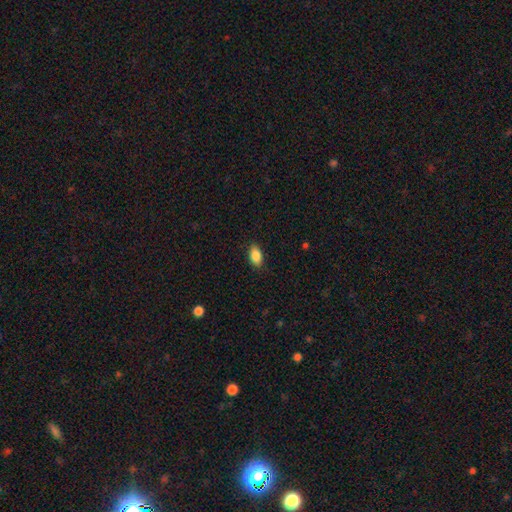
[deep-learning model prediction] smooth-or-featured: smooth: 88% | star or artifact: 8% | featured or disk: 5%
  how-rounded: in between: 91% | round: 6% | cigar-shaped: 3%
  merging: none: 86% | minor disturbance: 11% | major disturbance: 3% | merger: 1%